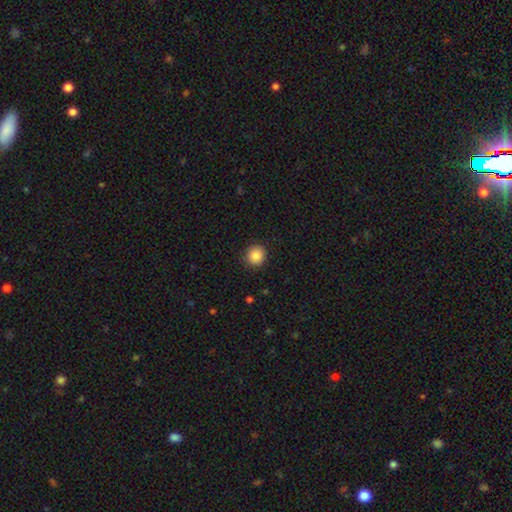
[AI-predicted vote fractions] Morphology: type=smooth (87%); roundness=round (90%); merging=none (90%).